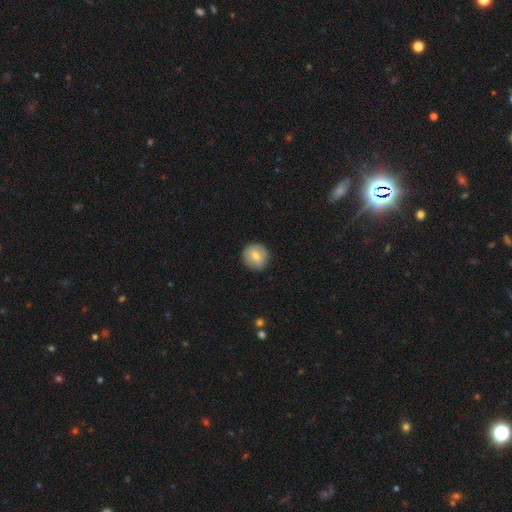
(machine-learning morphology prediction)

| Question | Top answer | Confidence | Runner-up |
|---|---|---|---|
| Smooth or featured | smooth | 74% | featured or disk (18%) |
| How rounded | round | 94% | in between (5%) |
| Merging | none | 90% | minor disturbance (8%) |